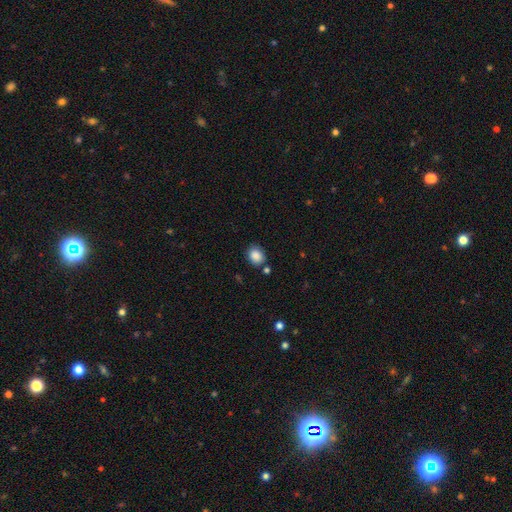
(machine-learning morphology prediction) smooth 87%, star or artifact 9%, featured or disk 4%. Down the decision tree: how rounded — in between (51%); merging — none (79%).